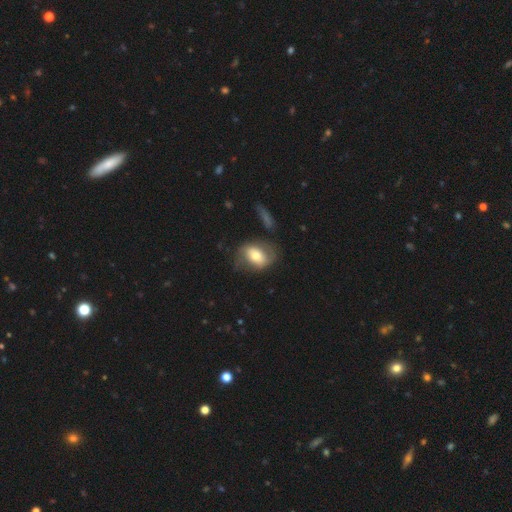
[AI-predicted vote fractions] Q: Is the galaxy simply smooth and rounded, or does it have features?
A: smooth — 47%.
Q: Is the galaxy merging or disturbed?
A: none — 57%.